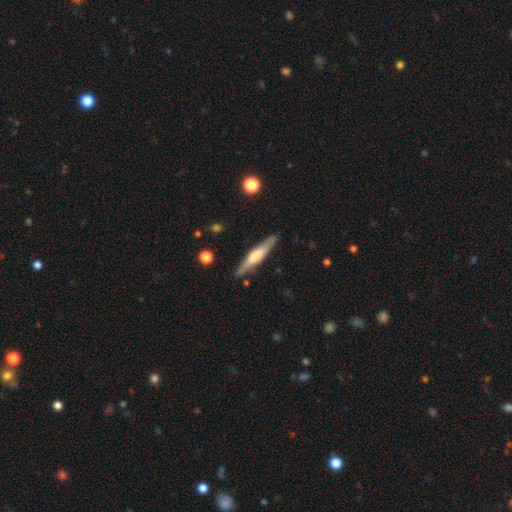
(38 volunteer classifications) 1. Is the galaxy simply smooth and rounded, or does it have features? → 66% featured or disk, 29% smooth, 5% star or artifact.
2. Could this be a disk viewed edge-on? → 100% yes, 0% no.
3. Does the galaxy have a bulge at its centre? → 80% rounded, 16% boxy, 4% none.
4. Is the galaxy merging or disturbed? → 94% none, 6% minor disturbance, 0% major disturbance, 0% merger.